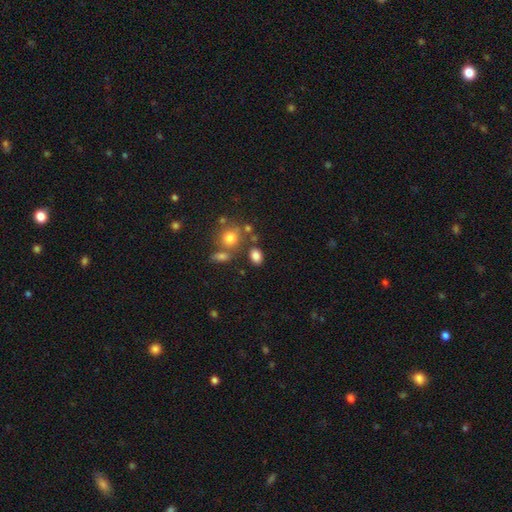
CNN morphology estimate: Smooth or featured?
  - smooth: 81% *
  - star or artifact: 12%
  - featured or disk: 7%
How rounded?
  - in between: 76% *
  - round: 22%
  - cigar-shaped: 2%
Merging?
  - none: 71% *
  - merger: 13%
  - minor disturbance: 12%
  - major disturbance: 4%